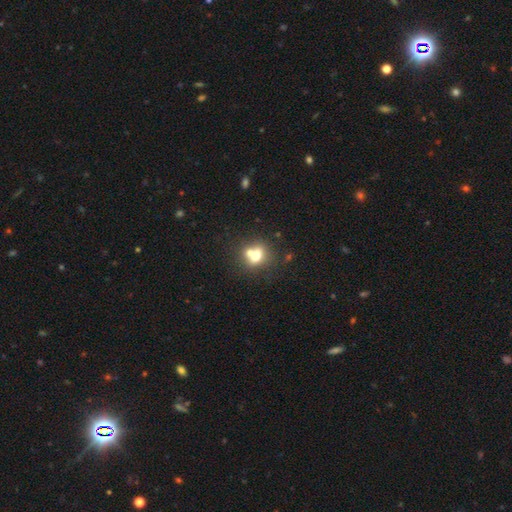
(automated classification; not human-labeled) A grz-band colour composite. It shows a smooth galaxy with no disk features (66%) that is round (67%). Merging: merger (43%, tied with none).